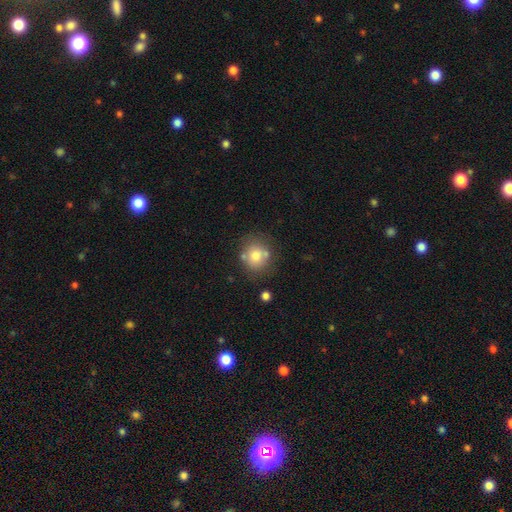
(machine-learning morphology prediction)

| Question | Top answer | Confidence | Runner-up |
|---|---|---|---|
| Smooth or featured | smooth | 74% | featured or disk (15%) |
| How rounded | round | 83% | in between (16%) |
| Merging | none | 67% | minor disturbance (15%) |